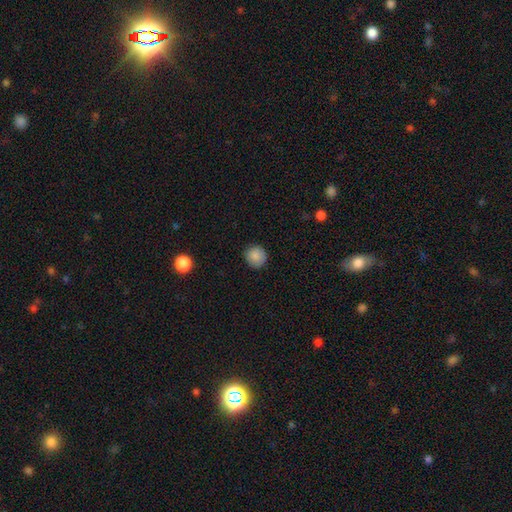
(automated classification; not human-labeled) Smooth or featured? smooth (86%)
How rounded? round (91%)
Merging? none (89%)